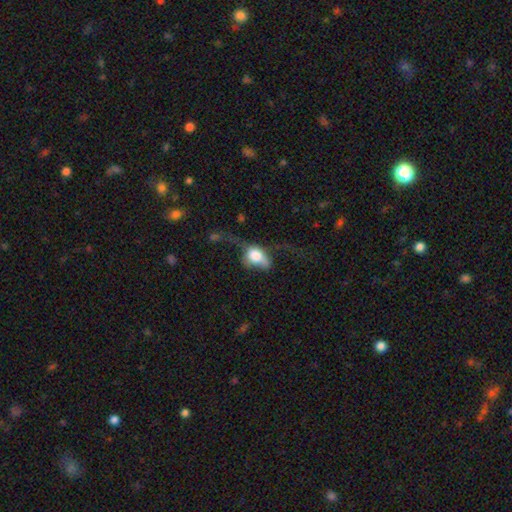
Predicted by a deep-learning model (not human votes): Smooth or featured? smooth (58%)
How rounded? in between (72%)
Merging? major disturbance (52%)